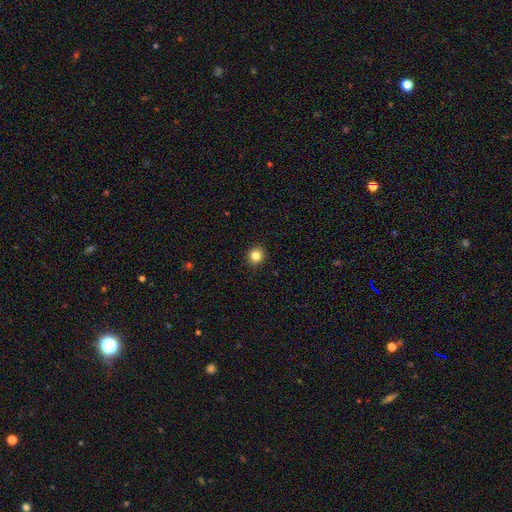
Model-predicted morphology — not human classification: smooth 83%, star or artifact 11%, featured or disk 5%. Down the decision tree: how rounded — round (90%); merging — none (92%).